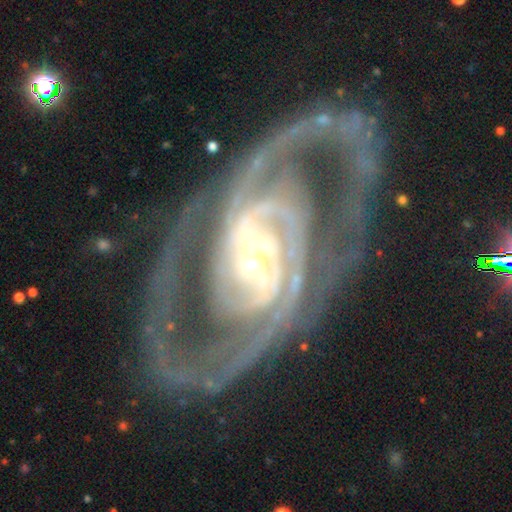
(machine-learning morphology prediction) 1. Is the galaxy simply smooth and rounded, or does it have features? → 92% featured or disk, 4% star or artifact, 4% smooth.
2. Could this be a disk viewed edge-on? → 96% no, 4% yes.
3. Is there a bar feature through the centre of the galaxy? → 42% strong, 36% weak, 22% no.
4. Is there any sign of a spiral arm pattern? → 96% yes, 4% no.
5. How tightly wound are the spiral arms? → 45% tight, 43% medium, 12% loose.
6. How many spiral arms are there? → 69% 2, 10% can't tell, 10% 3, 4% 1, 4% 4, 4% more than 4.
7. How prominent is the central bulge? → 52% moderate, 36% small, 9% large, 1% none, 1% dominant.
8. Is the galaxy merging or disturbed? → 68% none, 15% major disturbance, 15% minor disturbance, 2% merger.